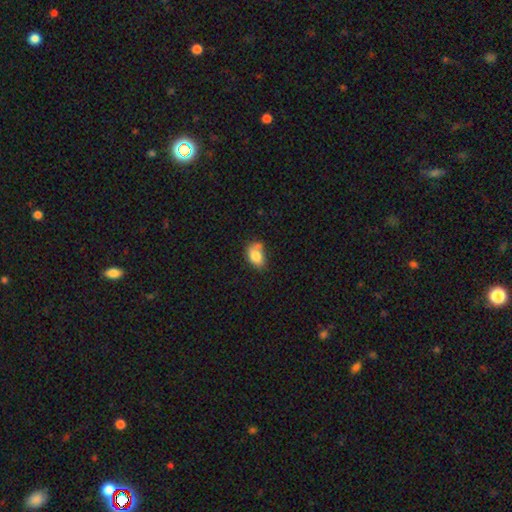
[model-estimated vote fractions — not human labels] This appears to be a smooth galaxy with no disk features (81%) that is in between round and cigar-shaped (85%). Merging: none (42%).